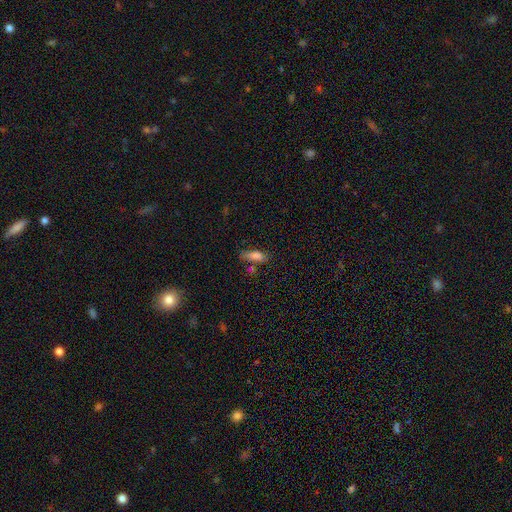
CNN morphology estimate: The model was most divided on "how rounded": in between: 64%, cigar-shaped: 33%, round: 3%. More confident: smooth or featured — smooth (79%); merging — none (66%).